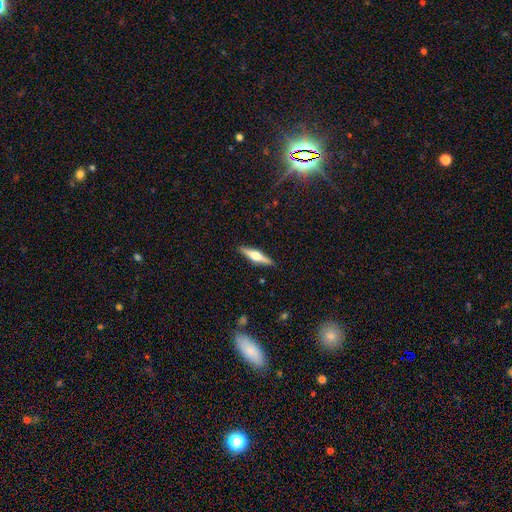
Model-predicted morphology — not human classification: featured or disk 66%, smooth 29%, star or artifact 6%. Down the decision tree: edge-on disk — yes (97%); edge-on bulge — rounded (93%); merging — none (91%).